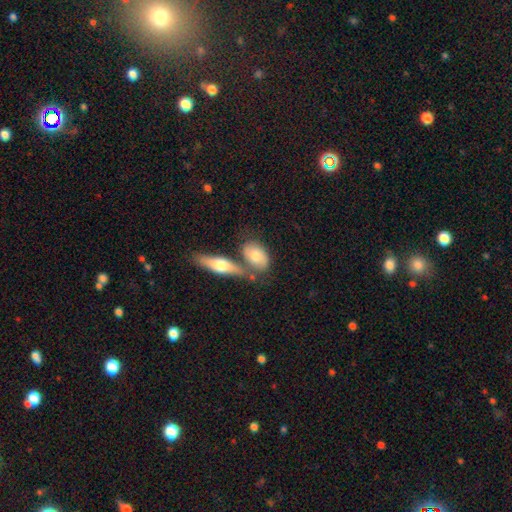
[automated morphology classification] This is likely a smooth galaxy (67%). How rounded: clearly in between (83%). Merging: possibly none (49%).